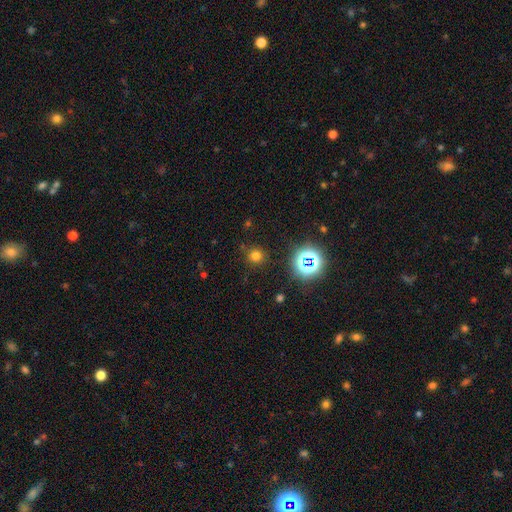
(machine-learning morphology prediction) This is likely a smooth galaxy (68%). How rounded: clearly round (91%). Merging: clearly none (87%).